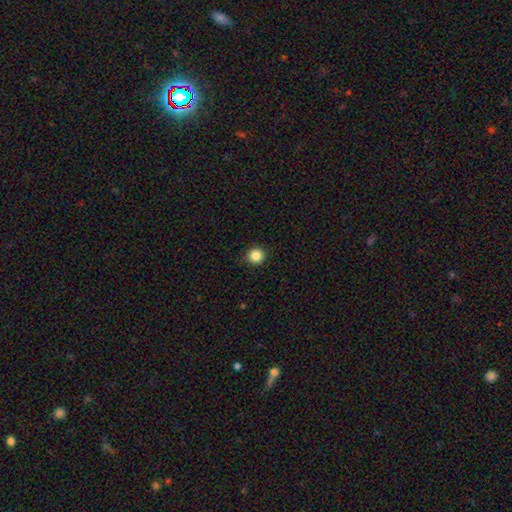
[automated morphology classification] Smooth or featured?
  - smooth: 85% *
  - star or artifact: 11%
  - featured or disk: 4%
How rounded?
  - round: 94% *
  - in between: 5%
  - cigar-shaped: 1%
Merging?
  - none: 91% *
  - minor disturbance: 6%
  - major disturbance: 2%
  - merger: 1%